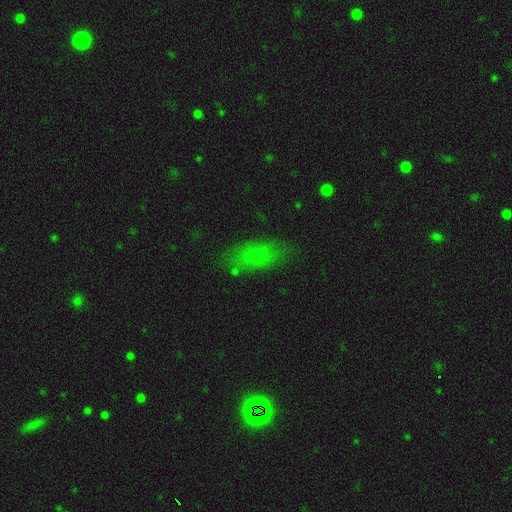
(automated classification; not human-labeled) Smooth or featured? smooth (70%)
How rounded? in between (83%)
Merging? none (72%)